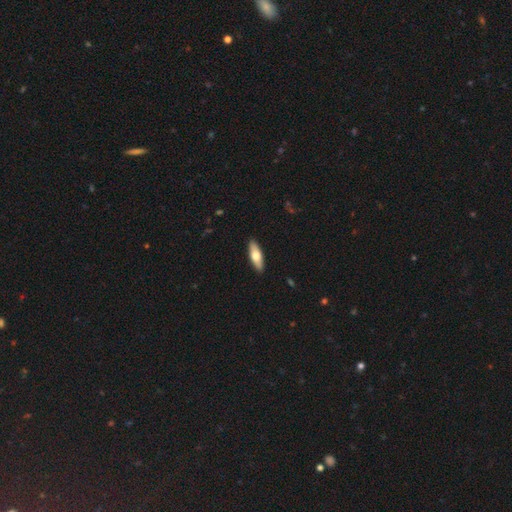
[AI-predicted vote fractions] Smooth or featured? Predicted: smooth (p=0.64). How rounded? Predicted: in between (p=0.50). Merging? Predicted: none (p=0.90).